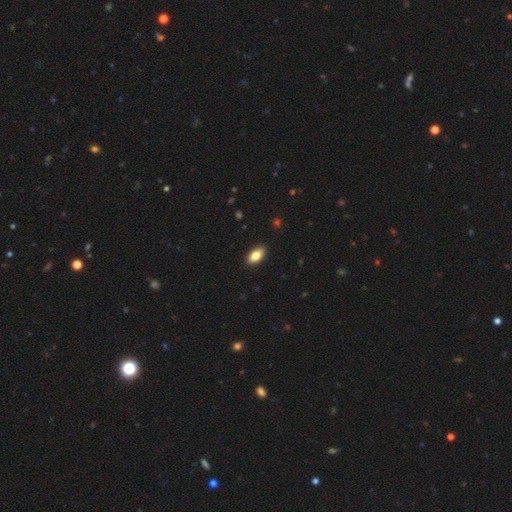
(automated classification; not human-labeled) Smooth or featured?
  - smooth: 83% *
  - featured or disk: 10%
  - star or artifact: 7%
How rounded?
  - in between: 91% *
  - cigar-shaped: 5%
  - round: 4%
Merging?
  - none: 90% *
  - minor disturbance: 8%
  - major disturbance: 2%
  - merger: 1%